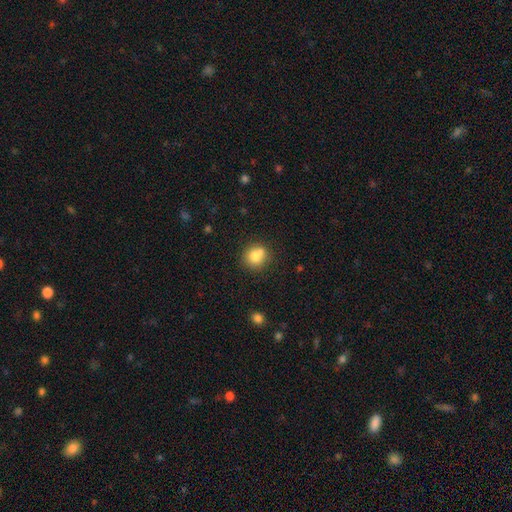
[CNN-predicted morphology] The model was most divided on "merging": none: 58%, merger: 26%, minor disturbance: 12%, major disturbance: 4%. More confident: how rounded — round (84%); smooth or featured — smooth (77%).